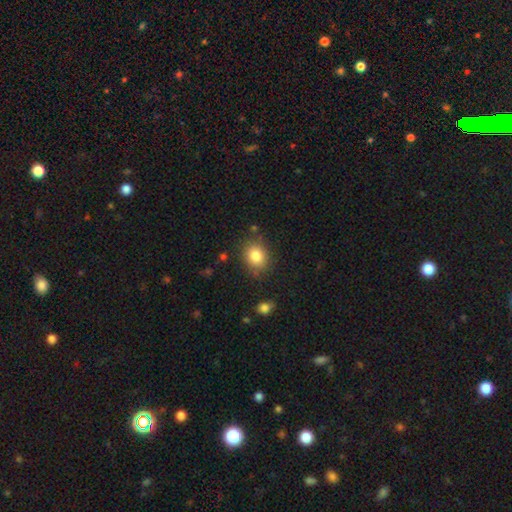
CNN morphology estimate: Smooth or featured: smooth — 82% (star or artifact — 10%)
How rounded: round — 61% (in between — 38%)
Merging: none — 80% (minor disturbance — 14%)